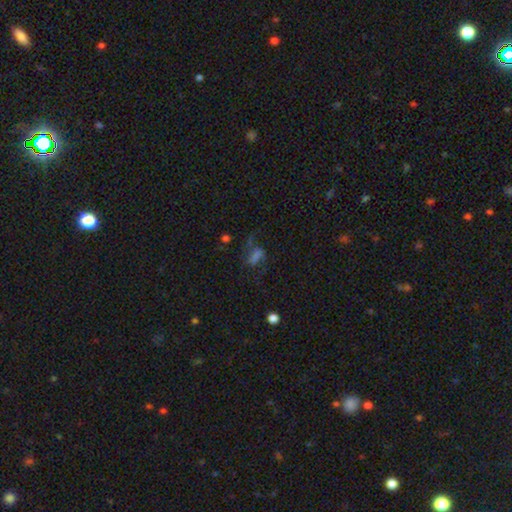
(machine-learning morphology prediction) This is marginally a smooth galaxy (38%). Merging: possibly none (46%).